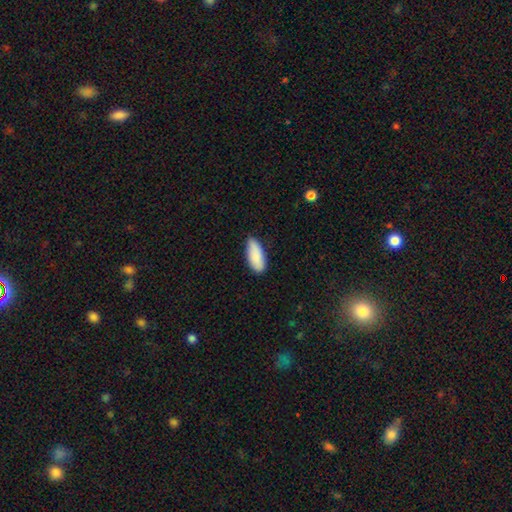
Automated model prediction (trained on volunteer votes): Smooth or featured?
  - smooth: 88% *
  - featured or disk: 6%
  - star or artifact: 6%
How rounded?
  - in between: 83% *
  - cigar-shaped: 16%
  - round: 2%
Merging?
  - none: 76% *
  - minor disturbance: 20%
  - major disturbance: 3%
  - merger: 1%